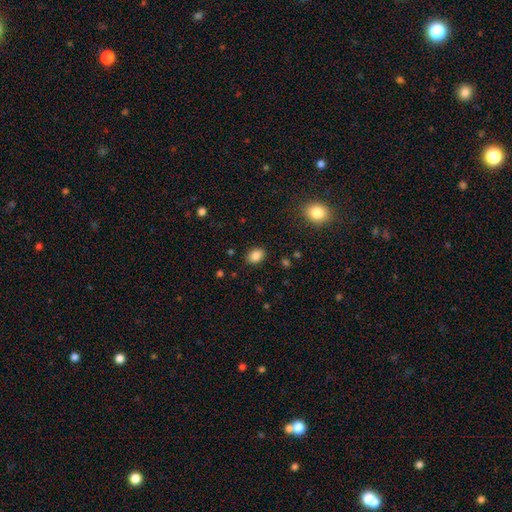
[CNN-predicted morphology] This is clearly a smooth galaxy (86%). How rounded: likely in between (68%). Merging: clearly none (86%).